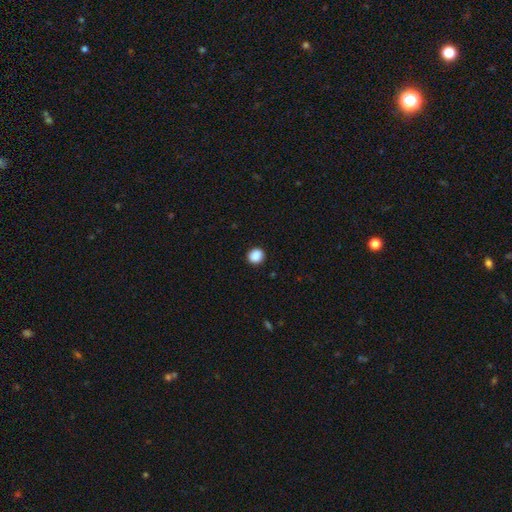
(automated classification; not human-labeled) A smooth galaxy with no disk features (89%) that is round (85%).

Vote fractions:
- Smooth or featured? smooth: 89% / star or artifact: 9% / featured or disk: 2%
- How rounded? round: 85% / in between: 14% / cigar-shaped: 1%
- Merging? none: 91% / minor disturbance: 6% / major disturbance: 2% / merger: 1%